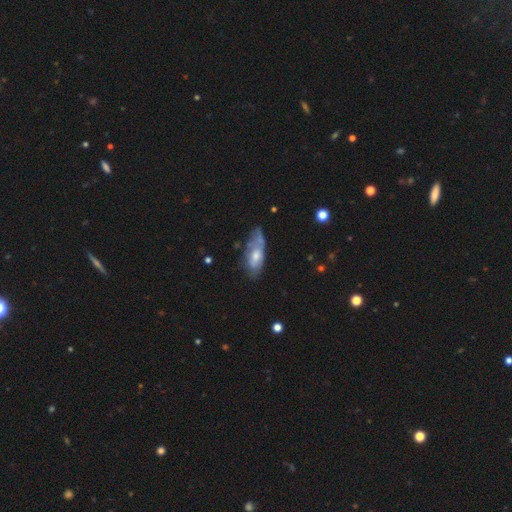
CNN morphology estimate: The model was most divided on "smooth or featured": featured or disk: 49%, smooth: 43%, star or artifact: 8%. More confident: merging — none (51%).